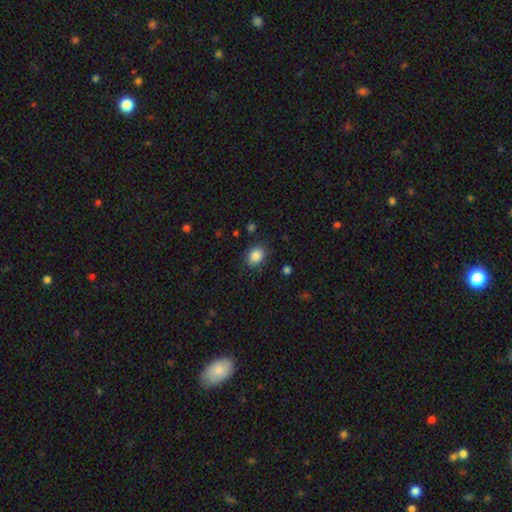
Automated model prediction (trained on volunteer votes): Morphology: type=smooth (87%); roundness=in between (60%); merging=none (84%).